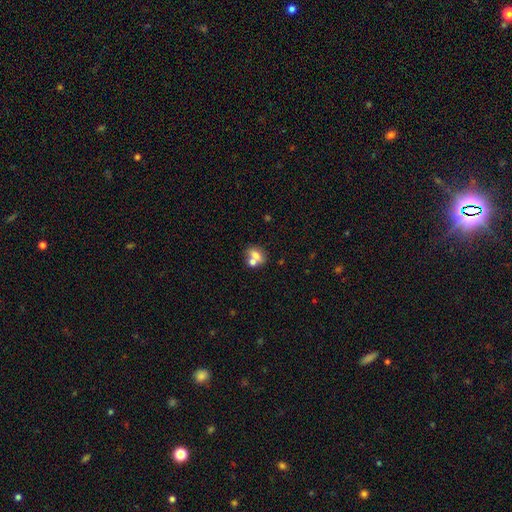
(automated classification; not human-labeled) Smooth or featured: smooth — 68% (featured or disk — 22%)
How rounded: in between — 57% (round — 40%)
Merging: merger — 45% (none — 41%)